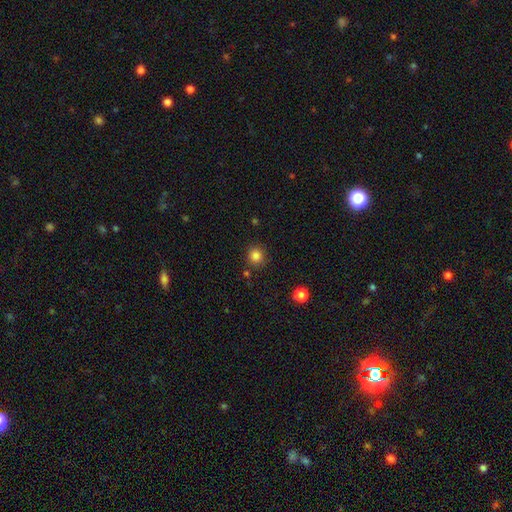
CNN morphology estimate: This is clearly a smooth galaxy (83%). How rounded: clearly round (91%). Merging: clearly none (86%).